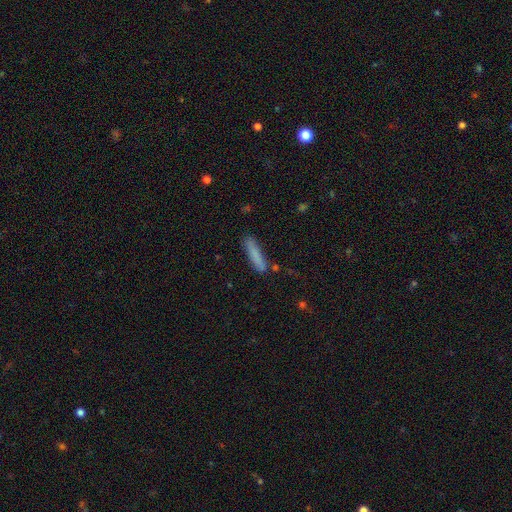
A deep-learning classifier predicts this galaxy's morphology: Q: Smooth or featured?
A: smooth (83%); runner-up: featured or disk (11%)
Q: How rounded?
A: cigar-shaped (88%); runner-up: in between (10%)
Q: Merging?
A: none (81%); runner-up: minor disturbance (13%)